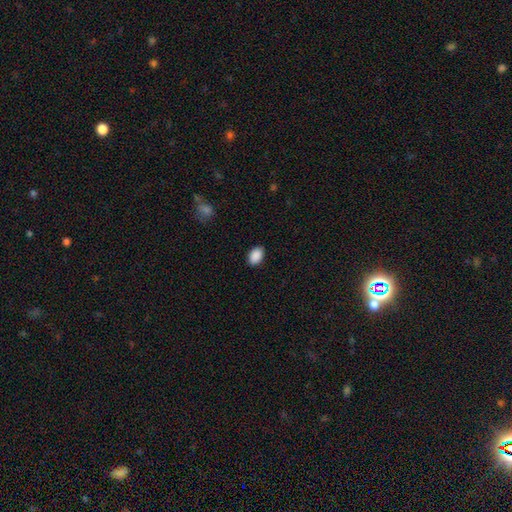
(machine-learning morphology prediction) smooth_or_featured: smooth (p=0.90) [alt: star or artifact p=0.07]
how_rounded: in between (p=0.87) [alt: round p=0.12]
merging: none (p=0.88) [alt: minor disturbance p=0.09]